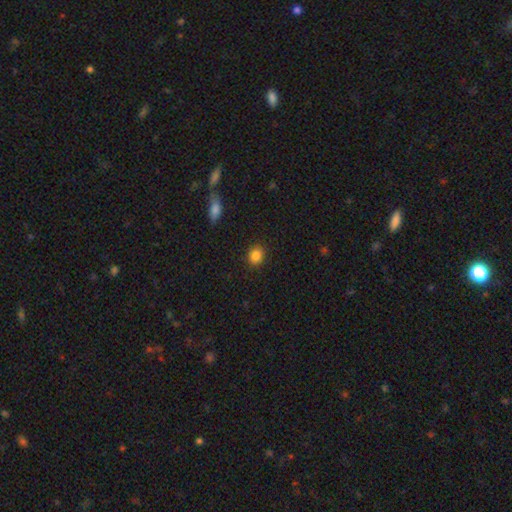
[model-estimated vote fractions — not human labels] Smooth or featured? Predicted: smooth (p=0.85). How rounded? Predicted: round (p=0.68). Merging? Predicted: none (p=0.89).